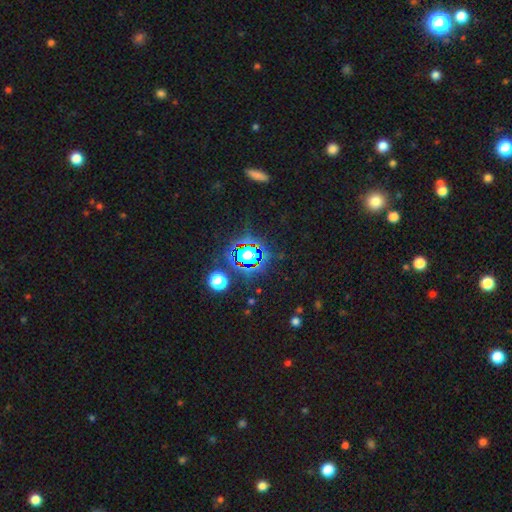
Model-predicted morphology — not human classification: Overall: star or artifact (79%).